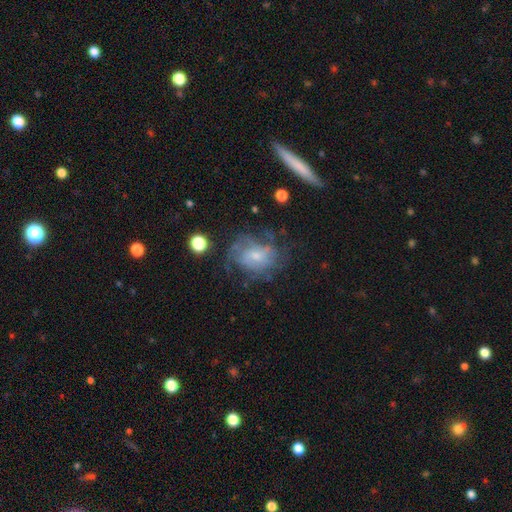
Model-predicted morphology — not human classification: Smooth or featured? featured or disk (61%)
Edge-on disk? no (97%)
Bar? no (69%)
Spiral arms? yes (66%)
Bulge size? small (55%)
Merging? none (51%)